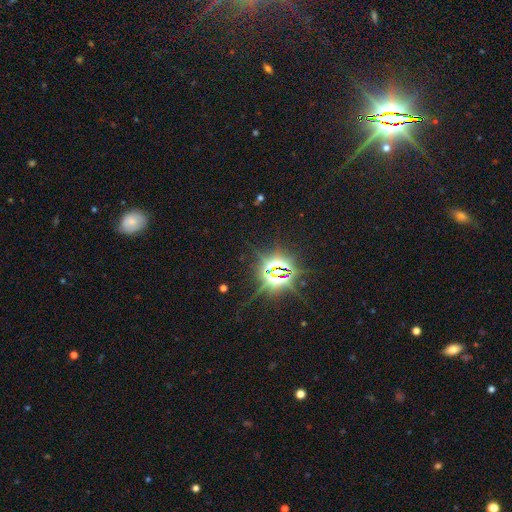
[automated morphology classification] smooth-or-featured: star or artifact: 80% | smooth: 13% | featured or disk: 7%